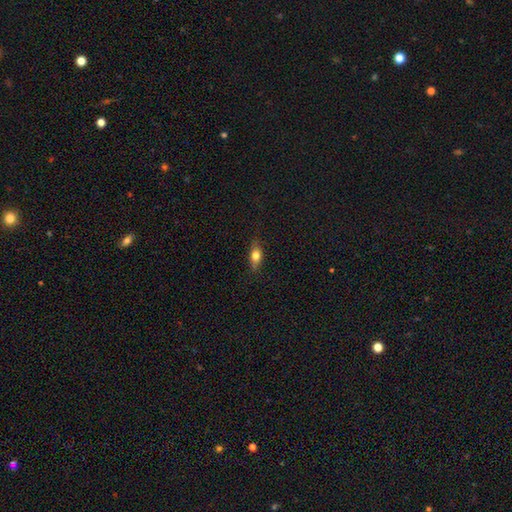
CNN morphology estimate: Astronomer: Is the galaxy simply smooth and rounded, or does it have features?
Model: smooth — 69%.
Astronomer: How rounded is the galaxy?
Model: in between — 71%.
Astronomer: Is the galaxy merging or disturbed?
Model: none — 81%.